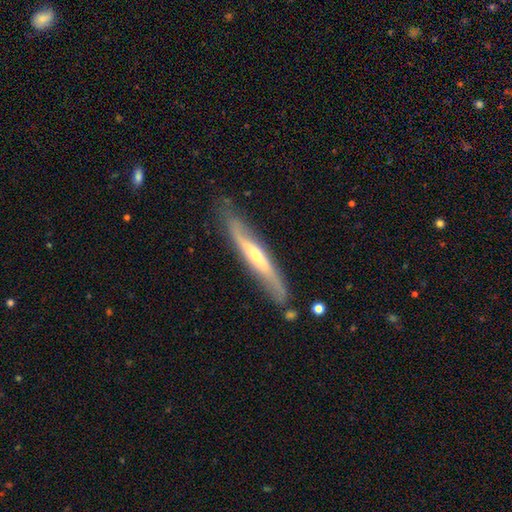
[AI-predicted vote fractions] A featured or disk galaxy (69%) viewed edge-on (71%). Merging: none (73%).